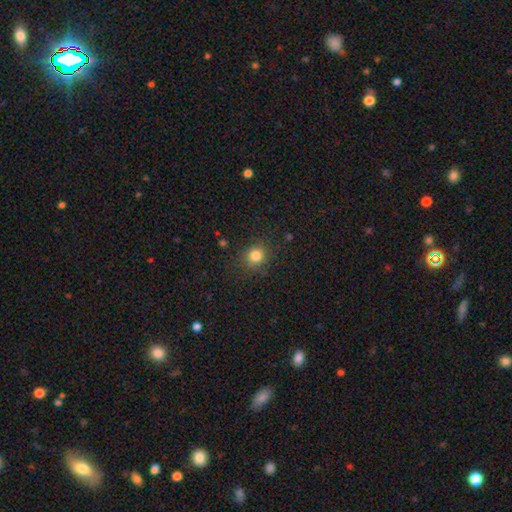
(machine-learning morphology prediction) Smooth or featured: smooth — 82% (star or artifact — 13%)
How rounded: round — 86% (in between — 13%)
Merging: none — 86% (minor disturbance — 9%)